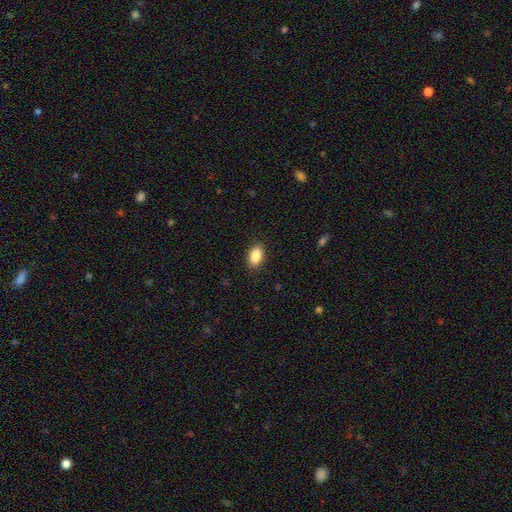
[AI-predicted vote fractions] A smooth galaxy with no disk features (89%) that is in between round and cigar-shaped (91%).

Vote fractions:
- Smooth or featured? smooth: 89% / star or artifact: 7% / featured or disk: 4%
- How rounded? in between: 91% / round: 7% / cigar-shaped: 2%
- Merging? none: 88% / minor disturbance: 9% / major disturbance: 2% / merger: 1%